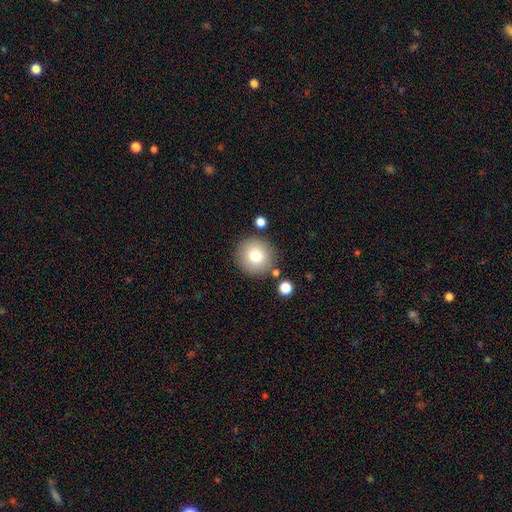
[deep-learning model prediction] Morphology: type=smooth (78%); roundness=round (93%); merging=none (84%).